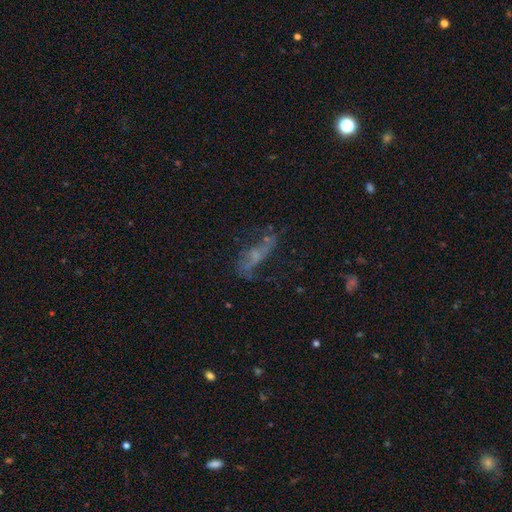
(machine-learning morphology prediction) Smooth or featured: featured or disk — 54% (smooth — 29%)
Edge-on disk: no — 80% (yes — 20%)
Merging: none — 47% (major disturbance — 25%)